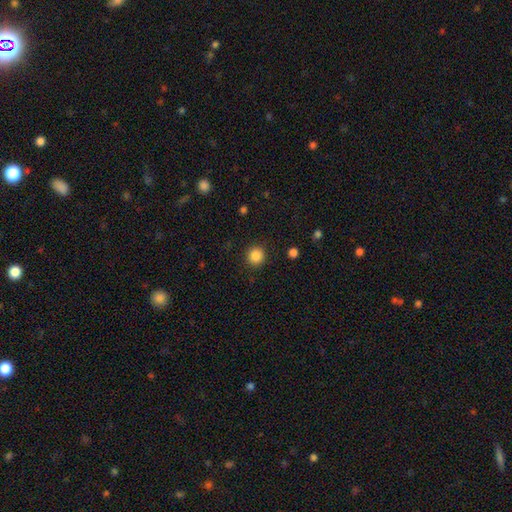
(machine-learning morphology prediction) The model was most divided on "smooth or featured": smooth: 86%, star or artifact: 10%, featured or disk: 3%. More confident: how rounded — round (93%); merging — none (91%).